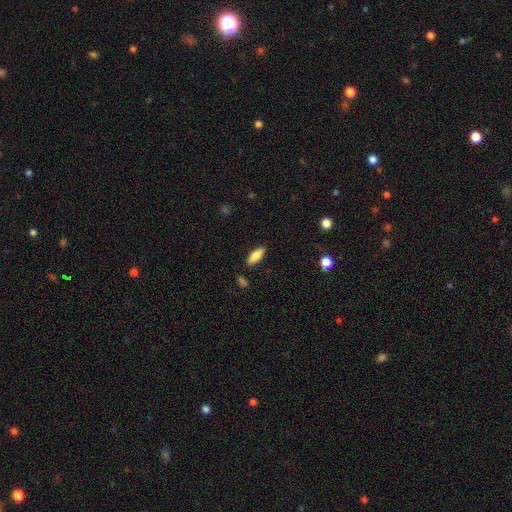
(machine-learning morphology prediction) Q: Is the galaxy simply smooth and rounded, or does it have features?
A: smooth — 80%.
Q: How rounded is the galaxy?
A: in between — 68%.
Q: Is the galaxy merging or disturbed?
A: none — 86%.